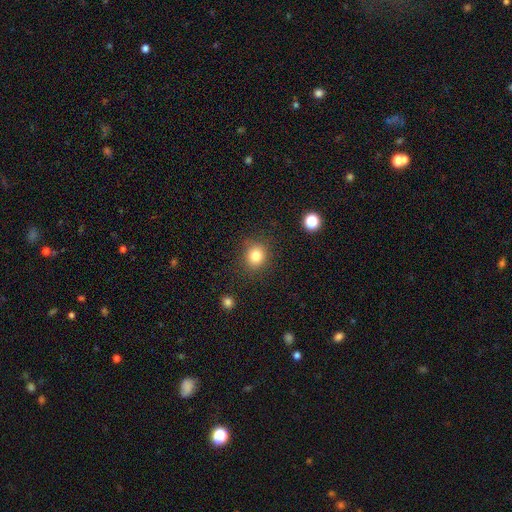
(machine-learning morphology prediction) Smooth or featured? smooth (83%)
How rounded? round (78%)
Merging? none (85%)